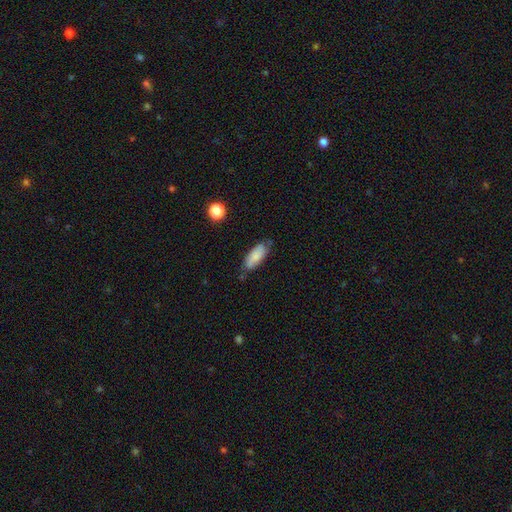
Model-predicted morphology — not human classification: This appears to be a smooth galaxy with no disk features (74%) that is in between round and cigar-shaped (76%). Merging: none (66%).